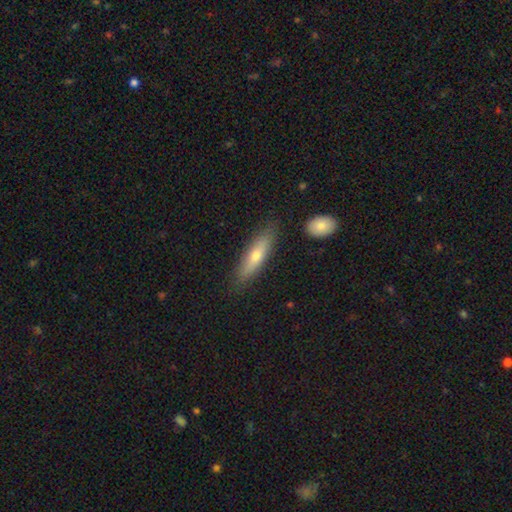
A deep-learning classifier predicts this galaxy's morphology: Overall: smooth (61%; featured or disk 33%). How rounded: cigar-shaped (68%; in between 30%). Merging: none (83%).